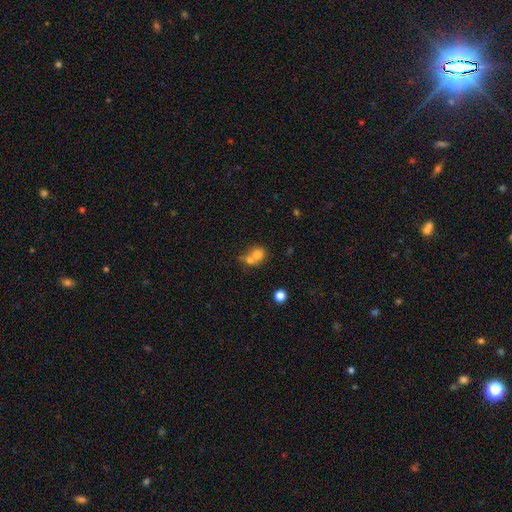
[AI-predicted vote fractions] smooth_or_featured: smooth (p=0.72) [alt: featured or disk p=0.16]
how_rounded: round (p=0.74) [alt: in between p=0.25]
merging: merger (p=0.61) [alt: none p=0.29]